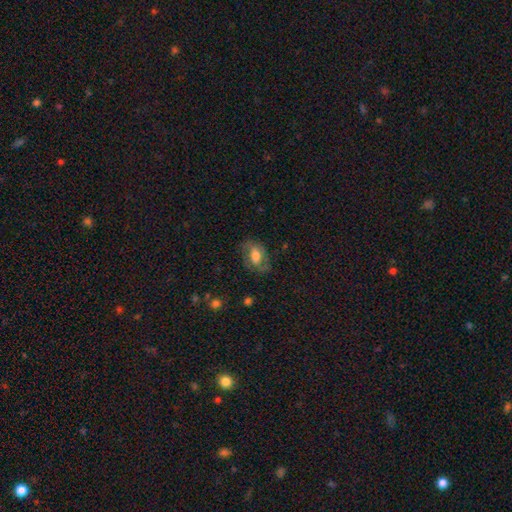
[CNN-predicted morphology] smooth 51%, featured or disk 41%, star or artifact 8%. Down the decision tree: how rounded — in between (83%); merging — none (65%).